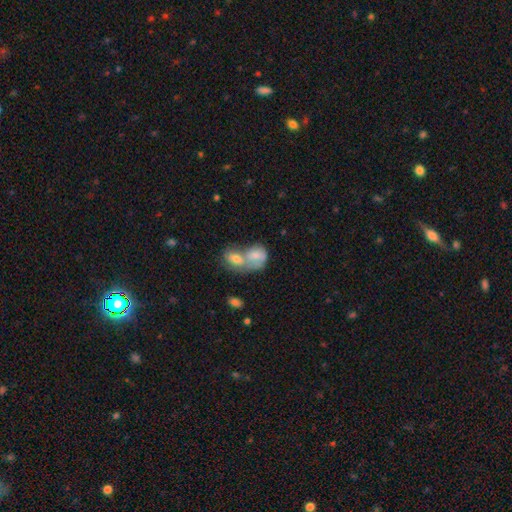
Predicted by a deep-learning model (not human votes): The model was most divided on "how rounded": in between: 67%, round: 32%, cigar-shaped: 2%. More confident: merging — merger (76%); smooth or featured — smooth (70%).